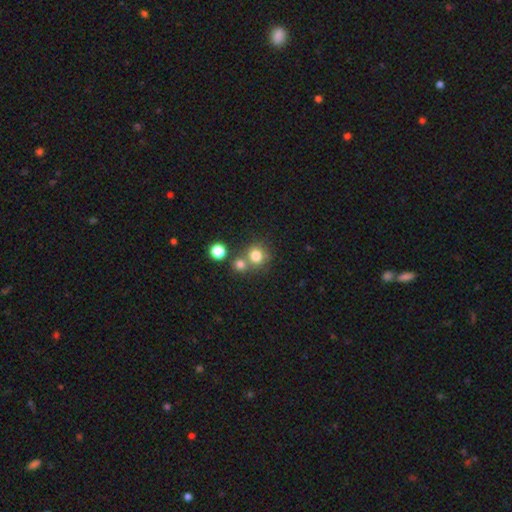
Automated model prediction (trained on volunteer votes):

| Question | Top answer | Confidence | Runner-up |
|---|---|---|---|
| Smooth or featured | smooth | 78% | star or artifact (13%) |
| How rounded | round | 85% | in between (14%) |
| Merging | none | 56% | merger (31%) |